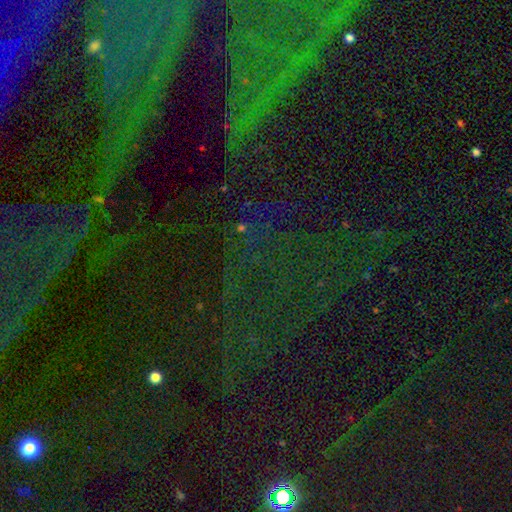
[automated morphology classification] type=star or artifact (77%).